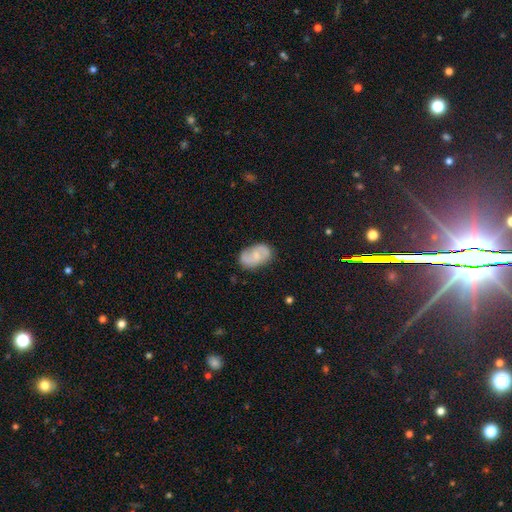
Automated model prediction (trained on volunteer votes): This is possibly a featured or disk galaxy (57%). It is clearly not viewed edge-on (97%). Bar: possibly no (54%). Spiral arm pattern: clearly yes (89%). Central bulge: marginally small (44%). Merging: likely none (75%).